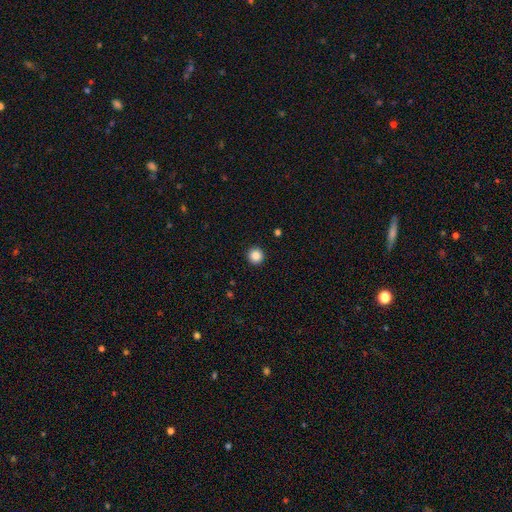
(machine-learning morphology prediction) The model was most divided on "smooth or featured": smooth: 86%, star or artifact: 10%, featured or disk: 3%. More confident: how rounded — round (96%); merging — none (93%).